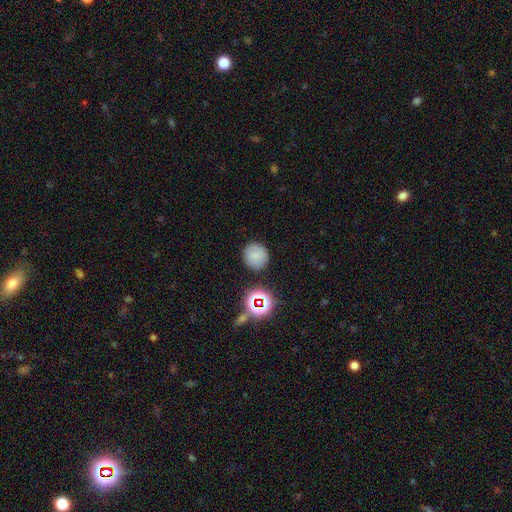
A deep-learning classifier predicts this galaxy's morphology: Smooth or featured? Predicted: smooth (p=0.76). How rounded? Predicted: round (p=0.90). Merging? Predicted: none (p=0.86).